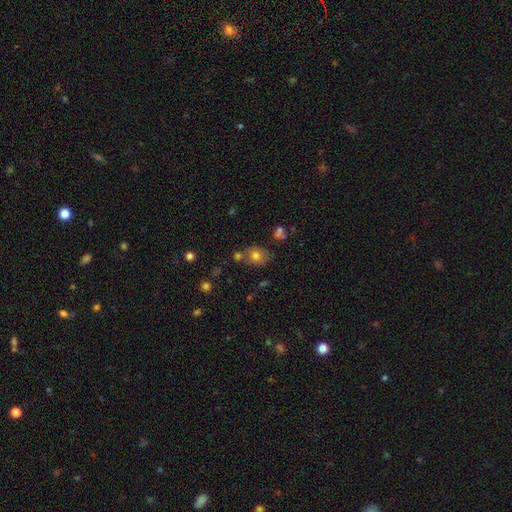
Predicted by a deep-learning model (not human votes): The model was most divided on "how rounded": round: 59%, in between: 40%, cigar-shaped: 1%. More confident: smooth or featured — smooth (77%); merging — none (59%).